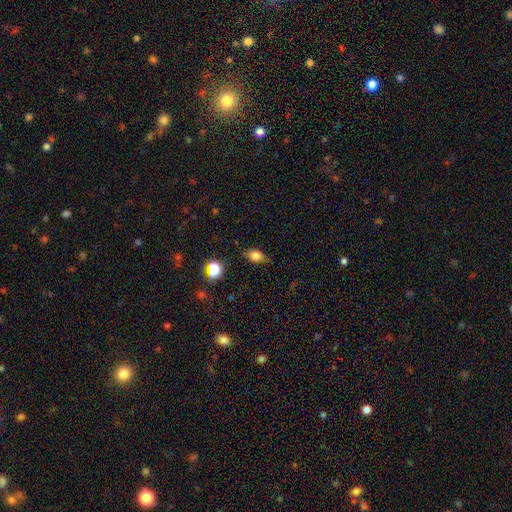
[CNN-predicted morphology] The model was most divided on "merging": none: 78%, minor disturbance: 17%, major disturbance: 4%, merger: 2%. More confident: how rounded — in between (79%); smooth or featured — smooth (76%).